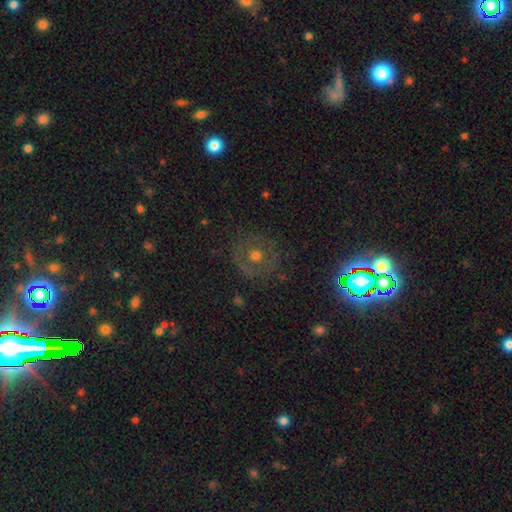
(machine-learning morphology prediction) type=smooth (42%, tied with featured or disk); merging=none (79%).